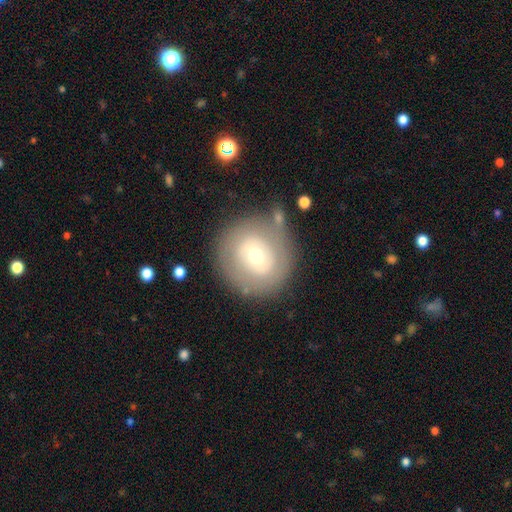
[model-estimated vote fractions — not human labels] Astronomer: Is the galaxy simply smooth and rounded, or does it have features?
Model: featured or disk — 49% (runner-up: smooth, 44%).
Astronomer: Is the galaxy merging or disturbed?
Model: none — 74%.